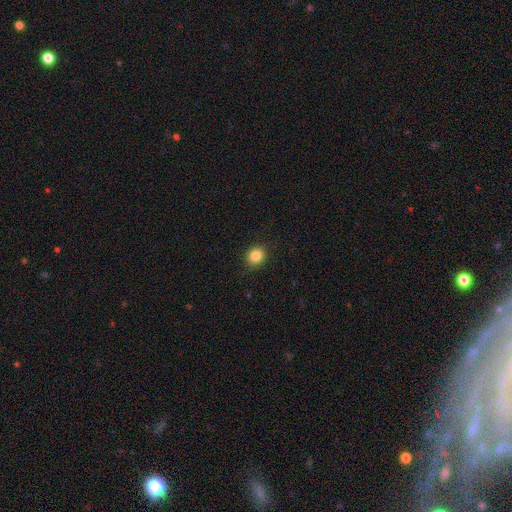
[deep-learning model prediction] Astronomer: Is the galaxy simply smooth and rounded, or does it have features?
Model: smooth — 85%.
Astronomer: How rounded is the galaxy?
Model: round — 73%.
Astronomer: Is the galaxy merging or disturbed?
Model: none — 89%.